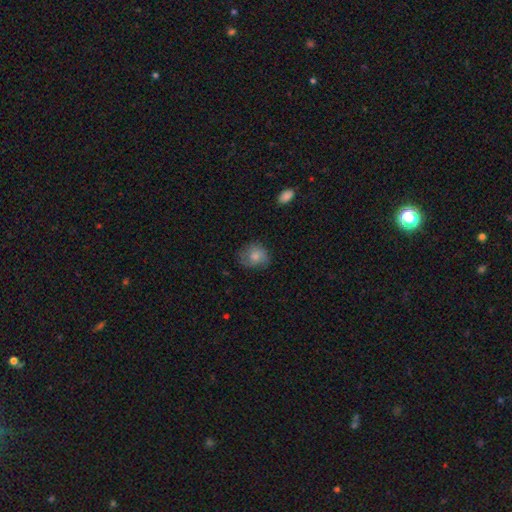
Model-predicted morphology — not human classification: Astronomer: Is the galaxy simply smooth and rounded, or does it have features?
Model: smooth — 77%.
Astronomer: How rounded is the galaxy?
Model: round — 70%.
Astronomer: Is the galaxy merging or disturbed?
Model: none — 66%.